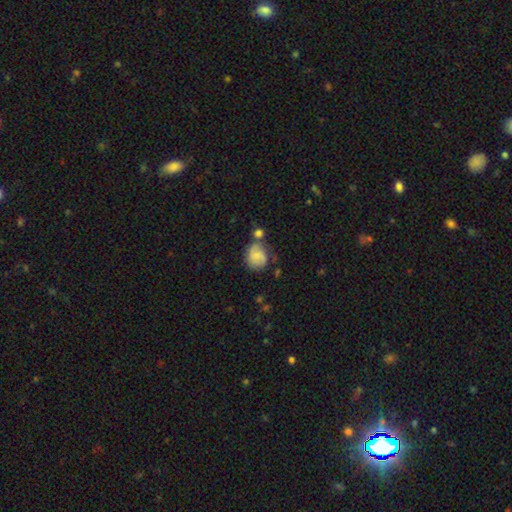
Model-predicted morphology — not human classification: smooth_or_featured: smooth (p=0.59) [alt: featured or disk p=0.32]
how_rounded: round (p=0.68) [alt: in between p=0.31]
merging: none (p=0.47) [alt: minor disturbance p=0.25]